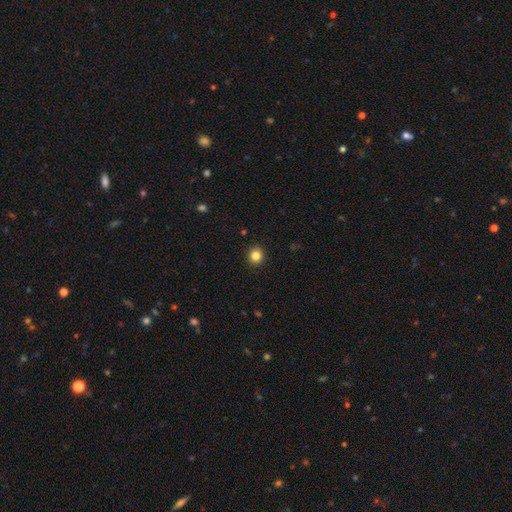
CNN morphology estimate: smooth 84%, star or artifact 11%, featured or disk 5%. Down the decision tree: how rounded — round (87%); merging — none (92%).